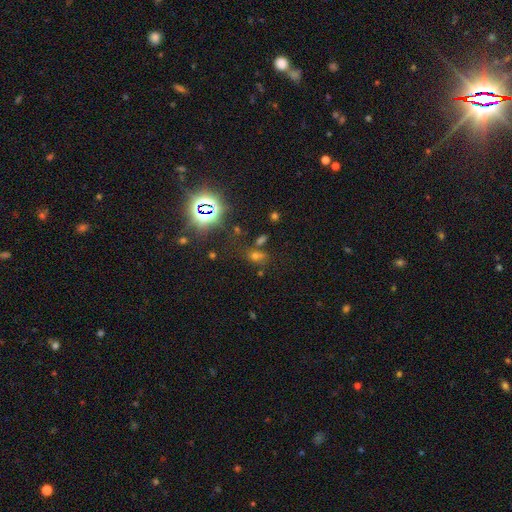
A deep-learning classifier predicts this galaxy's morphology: A smooth galaxy with no disk features (46%).

Vote fractions:
- Smooth or featured? smooth: 46% / star or artifact: 43% / featured or disk: 11%
- Merging? none: 58% / merger: 22% / minor disturbance: 13% / major disturbance: 7%